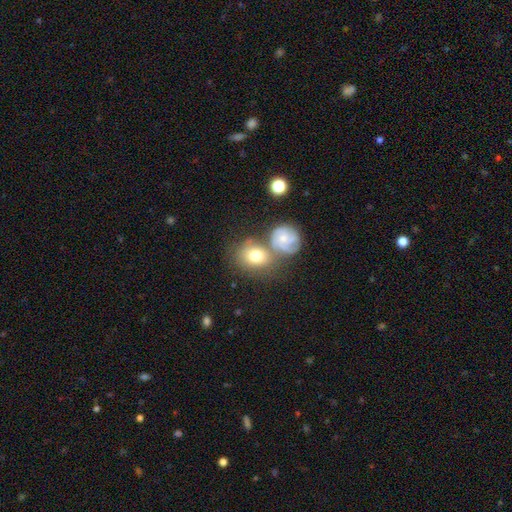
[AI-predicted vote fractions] Morphology: type=smooth (57%); roundness=round (60%); merging=none (48%).